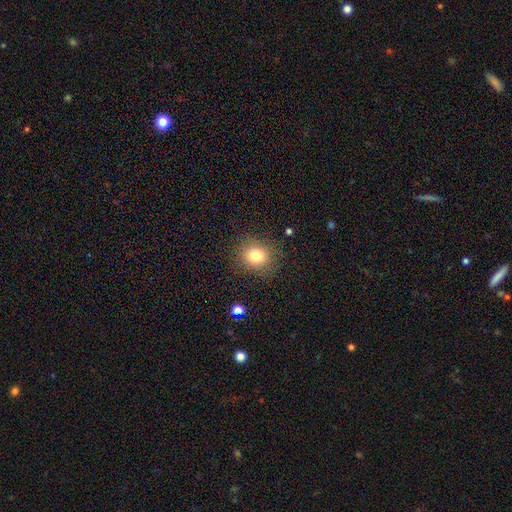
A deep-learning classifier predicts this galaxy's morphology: A smooth galaxy with no disk features (80%) that is round (77%).

Vote fractions:
- Smooth or featured? smooth: 80% / star or artifact: 12% / featured or disk: 8%
- How rounded? round: 77% / in between: 22% / cigar-shaped: 1%
- Merging? none: 85% / minor disturbance: 10% / major disturbance: 4% / merger: 1%